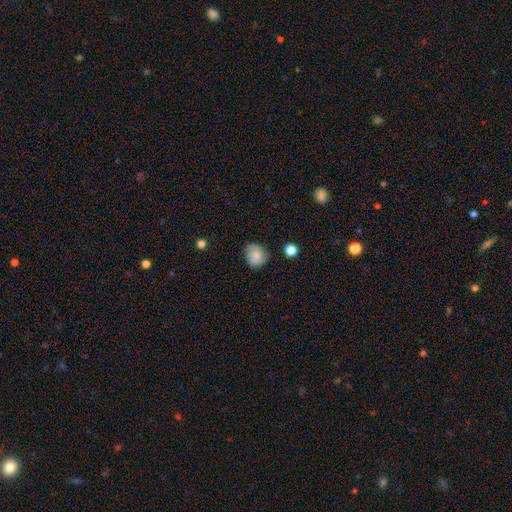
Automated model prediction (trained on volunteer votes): The model was most divided on "how rounded": round: 74%, in between: 25%, cigar-shaped: 1%. More confident: smooth or featured — smooth (73%); merging — none (72%).